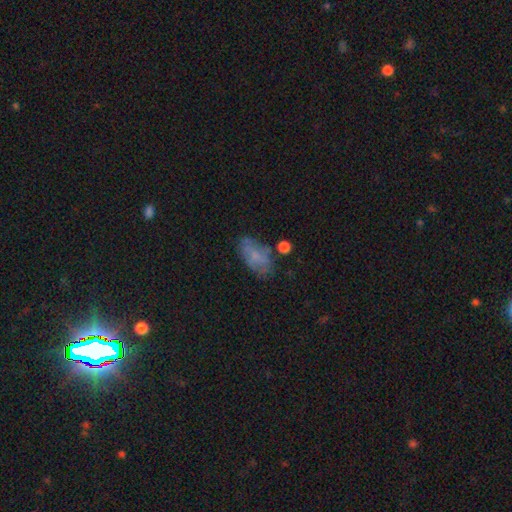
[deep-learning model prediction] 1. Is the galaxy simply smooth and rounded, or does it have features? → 61% smooth, 29% featured or disk, 10% star or artifact.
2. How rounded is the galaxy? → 91% in between, 5% round, 4% cigar-shaped.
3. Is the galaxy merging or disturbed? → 55% none, 26% minor disturbance, 11% major disturbance, 8% merger.